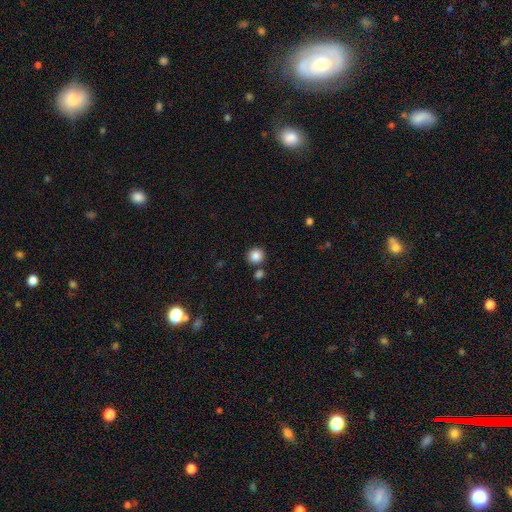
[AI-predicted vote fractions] Morphology: type=smooth (86%); roundness=round (90%); merging=none (81%).